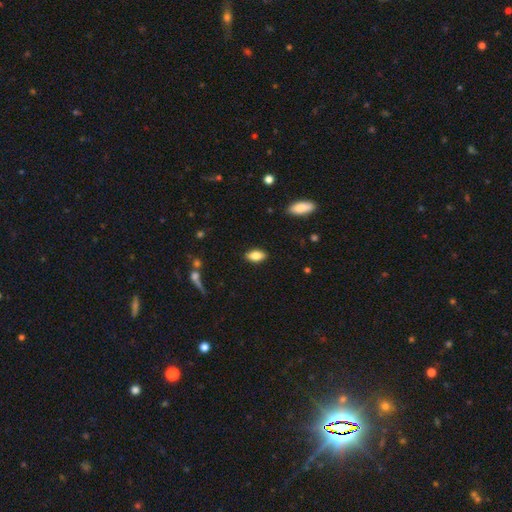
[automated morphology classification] Smooth or featured? Predicted: smooth (p=0.79). How rounded? Predicted: in between (p=0.88). Merging? Predicted: none (p=0.88).